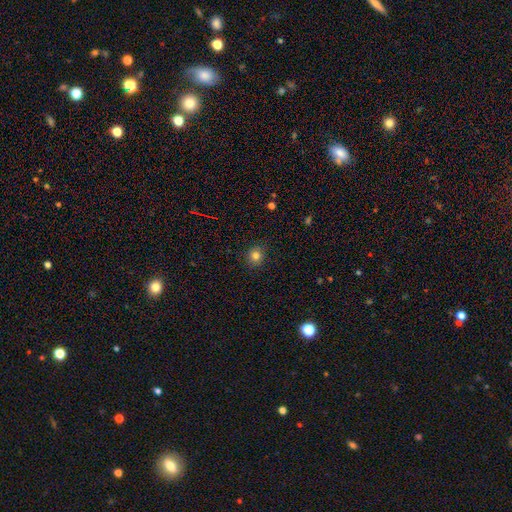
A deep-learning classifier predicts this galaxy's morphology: A smooth galaxy with no disk features (80%) that is round (88%).

Vote fractions:
- Smooth or featured? smooth: 80% / star or artifact: 14% / featured or disk: 6%
- How rounded? round: 88% / in between: 11% / cigar-shaped: 1%
- Merging? none: 89% / minor disturbance: 8% / major disturbance: 2% / merger: 1%